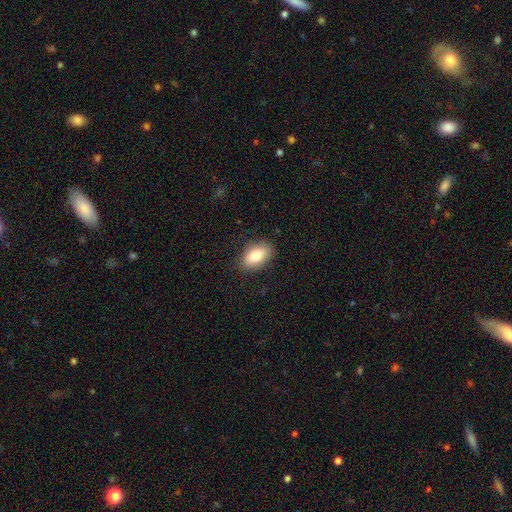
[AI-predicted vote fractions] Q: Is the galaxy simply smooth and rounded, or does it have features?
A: smooth — 82%.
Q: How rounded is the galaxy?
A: in between — 91%.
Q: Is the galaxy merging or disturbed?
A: none — 85%.